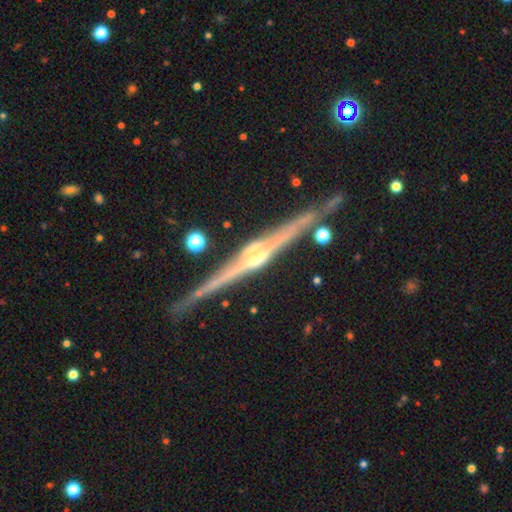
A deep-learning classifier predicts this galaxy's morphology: Smooth or featured? featured or disk (90%)
Edge-on disk? yes (98%)
Edge-on bulge? rounded (88%)
Merging? none (85%)